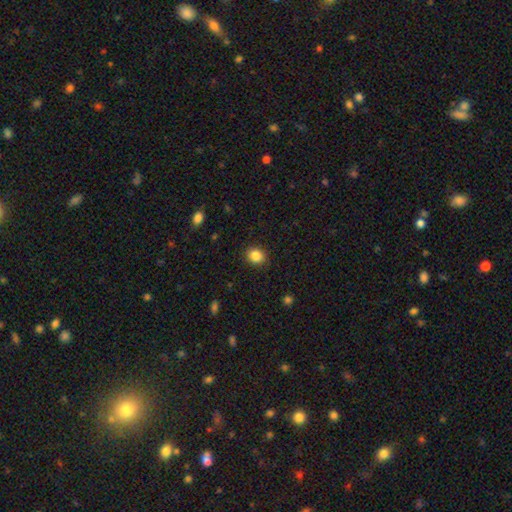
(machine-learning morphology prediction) Smooth or featured: smooth — 86% (star or artifact — 10%)
How rounded: round — 69% (in between — 30%)
Merging: none — 89% (minor disturbance — 8%)